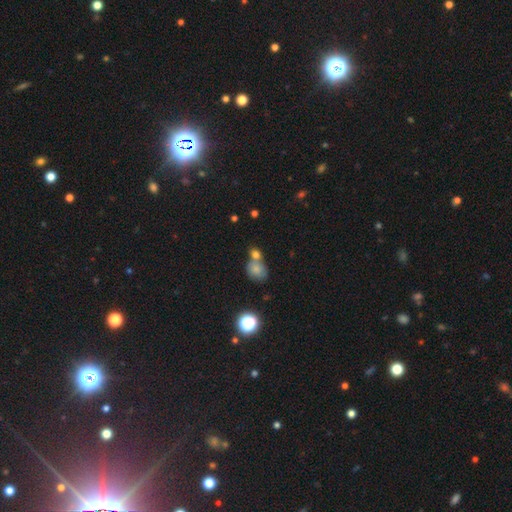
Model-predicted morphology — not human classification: This is likely a smooth galaxy (72%). How rounded: possibly round (57%). Merging: possibly merger (48%).